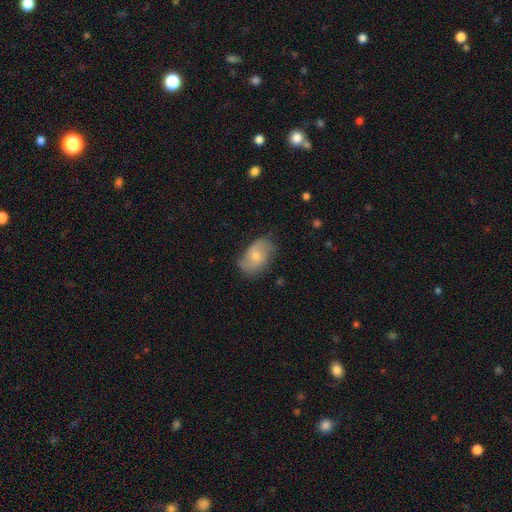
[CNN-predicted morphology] This is possibly a smooth galaxy (47%). Merging: likely none (63%).